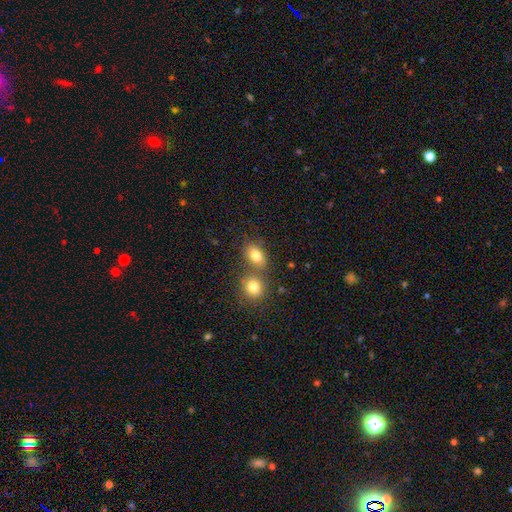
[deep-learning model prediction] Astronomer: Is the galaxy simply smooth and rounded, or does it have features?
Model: smooth — 80%.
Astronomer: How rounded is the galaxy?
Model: in between — 75%.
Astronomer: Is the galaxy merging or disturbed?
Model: none — 52% (runner-up: merger, 34%).